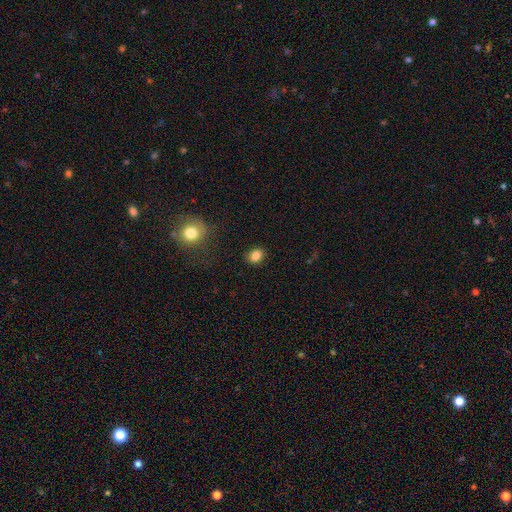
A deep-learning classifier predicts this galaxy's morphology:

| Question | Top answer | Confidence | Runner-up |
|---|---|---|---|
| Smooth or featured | smooth | 85% | star or artifact (11%) |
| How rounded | in between | 55% | round (44%) |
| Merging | none | 86% | minor disturbance (10%) |